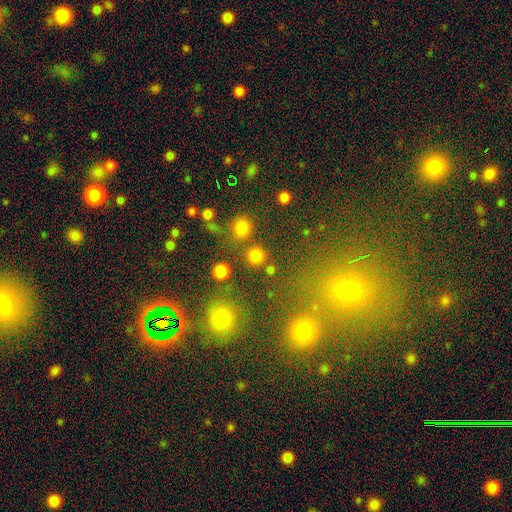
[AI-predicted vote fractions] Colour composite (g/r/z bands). It shows a smooth galaxy with no disk features (81%) that is round (93%). Merging: none (83%).